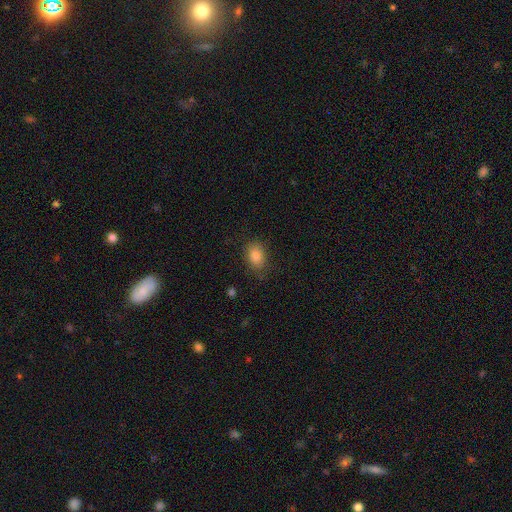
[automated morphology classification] smooth 85%, star or artifact 9%, featured or disk 6%. Down the decision tree: how rounded — in between (79%); merging — none (80%).